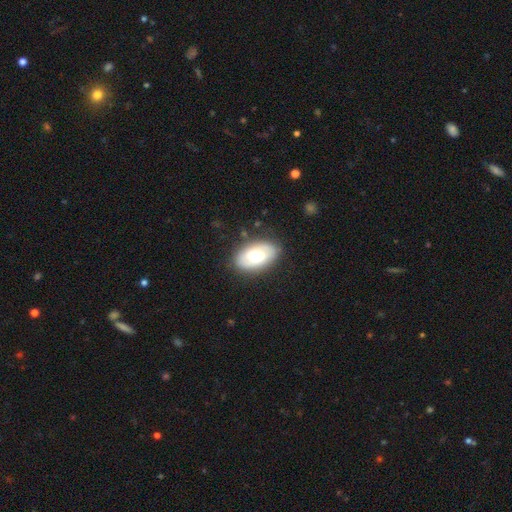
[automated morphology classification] Smooth or featured?
  - smooth: 58% *
  - featured or disk: 35%
  - star or artifact: 7%
How rounded?
  - in between: 92% *
  - round: 6%
  - cigar-shaped: 2%
Merging?
  - none: 82% *
  - minor disturbance: 13%
  - major disturbance: 4%
  - merger: 1%